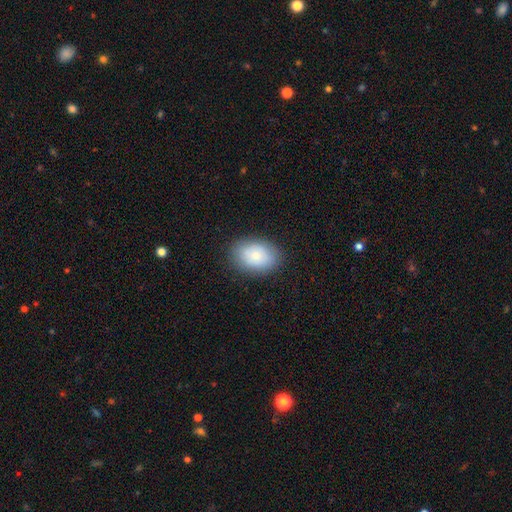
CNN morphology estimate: Smooth or featured?
  - smooth: 77% *
  - featured or disk: 16%
  - star or artifact: 8%
How rounded?
  - in between: 73% *
  - round: 26%
  - cigar-shaped: 1%
Merging?
  - none: 84% *
  - minor disturbance: 12%
  - major disturbance: 3%
  - merger: 1%